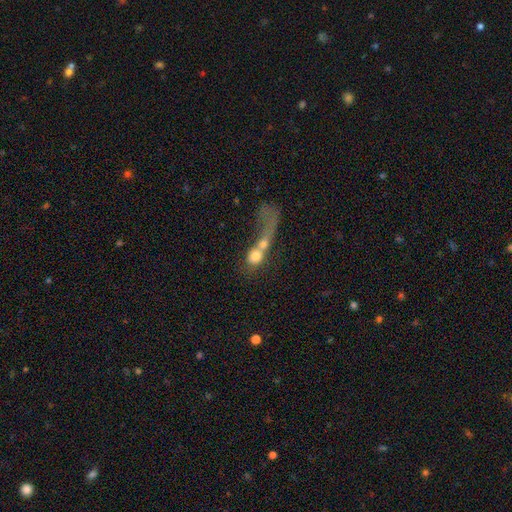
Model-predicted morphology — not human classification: Overall: smooth (64%; featured or disk 26%). How rounded: round (49%; in between 40%). Merging: merger (67%).